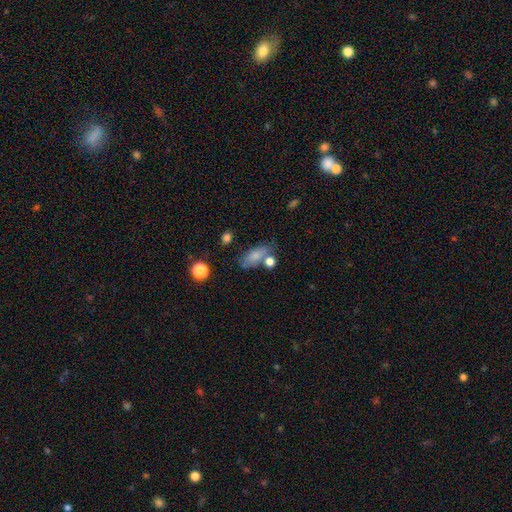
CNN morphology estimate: smooth 77%, featured or disk 14%, star or artifact 9%. Down the decision tree: how rounded — in between (82%); merging — none (56%).